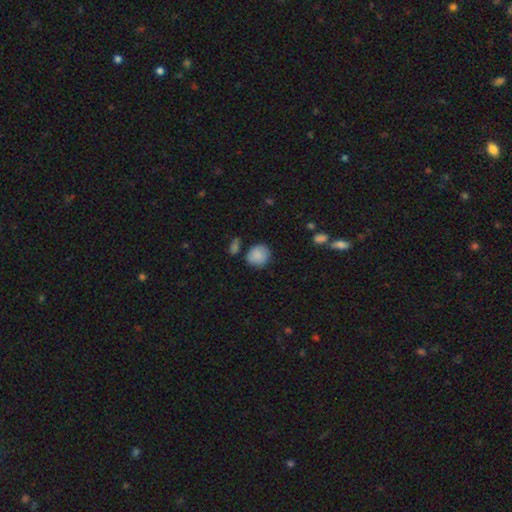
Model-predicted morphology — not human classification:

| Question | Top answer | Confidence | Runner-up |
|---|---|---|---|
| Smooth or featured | smooth | 86% | featured or disk (7%) |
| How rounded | round | 74% | in between (25%) |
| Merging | none | 71% | minor disturbance (18%) |